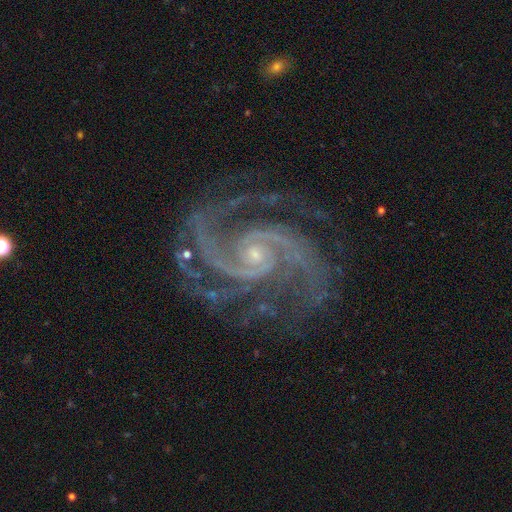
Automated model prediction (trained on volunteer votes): Smooth or featured? Predicted: featured or disk (p=0.94). Edge-on disk? Predicted: no (p=0.98). Bar? Predicted: no (p=0.62). Spiral arms? Predicted: yes (p=0.99). Spiral winding? Predicted: medium (p=0.56). Spiral arm count? Predicted: 2 (p=0.66). Bulge size? Predicted: small (p=0.80). Merging? Predicted: none (p=0.75).